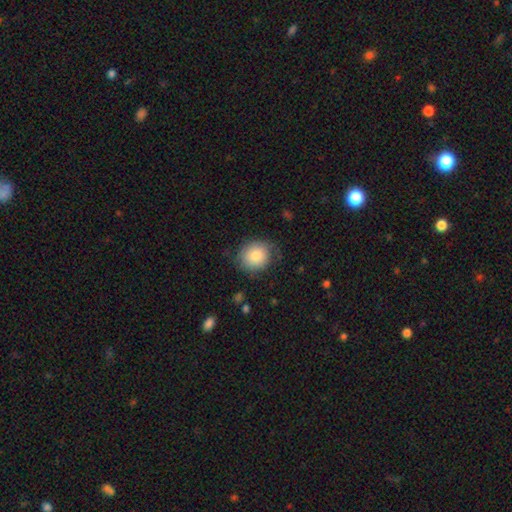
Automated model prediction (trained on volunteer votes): A smooth galaxy with no disk features (82%) that is round (80%). Merging: none (71%).